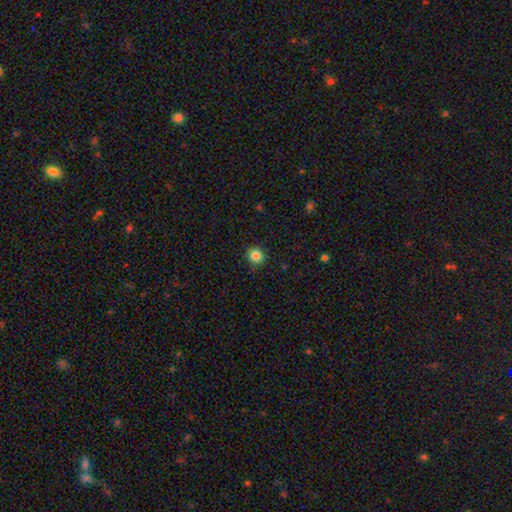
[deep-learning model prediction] smooth-or-featured: smooth: 85% | star or artifact: 11% | featured or disk: 4%
  how-rounded: round: 90% | in between: 9% | cigar-shaped: 1%
  merging: none: 88% | minor disturbance: 8% | major disturbance: 2% | merger: 1%